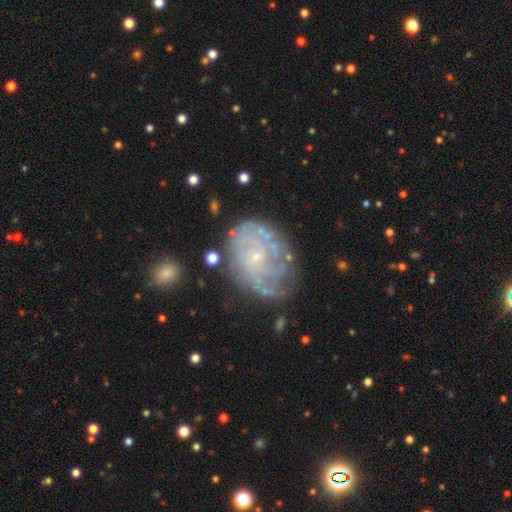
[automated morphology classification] smooth-or-featured: featured or disk: 79% | smooth: 13% | star or artifact: 8%
  disk-edge-on: no: 97% | yes: 3%
    bar: no: 75% | weak: 21% | strong: 4%
    has-spiral-arms: yes: 86% | no: 14%
      spiral-winding: tight: 63% | medium: 27% | loose: 10%
      spiral-arm-count: can't tell: 48% | 2: 13% | 3: 13% | 4: 12% | more than 4: 9% | 1: 6%
    bulge-size: small: 82% | moderate: 11% | none: 4% | large: 1% | dominant: 1%
  merging: none: 64% | minor disturbance: 21% | major disturbance: 11% | merger: 3%